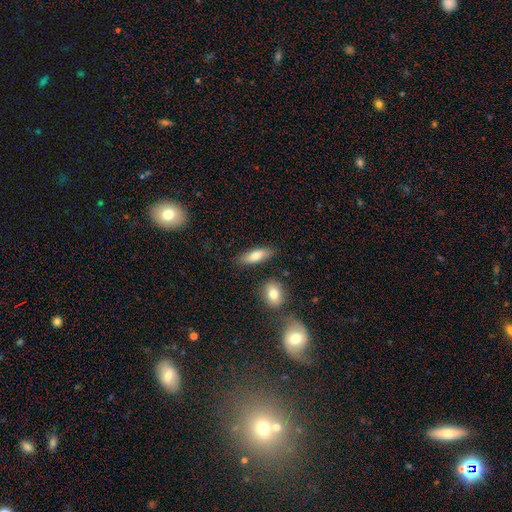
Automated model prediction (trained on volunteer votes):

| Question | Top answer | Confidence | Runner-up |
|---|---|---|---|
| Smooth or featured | smooth | 77% | featured or disk (16%) |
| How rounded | in between | 62% | cigar-shaped (34%) |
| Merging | none | 82% | minor disturbance (11%) |